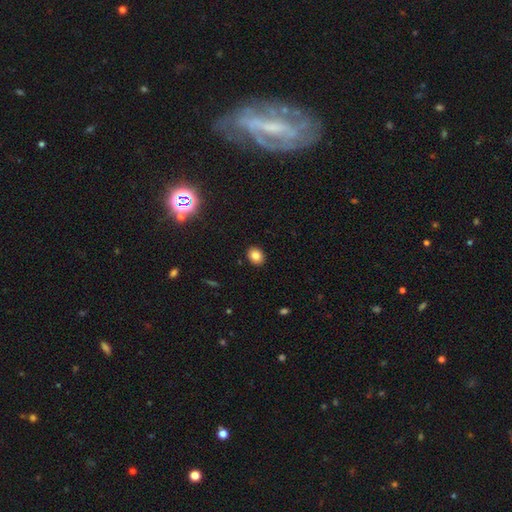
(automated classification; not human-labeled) smooth 82%, star or artifact 11%, featured or disk 7%. Down the decision tree: how rounded — in between (50%); merging — none (91%).